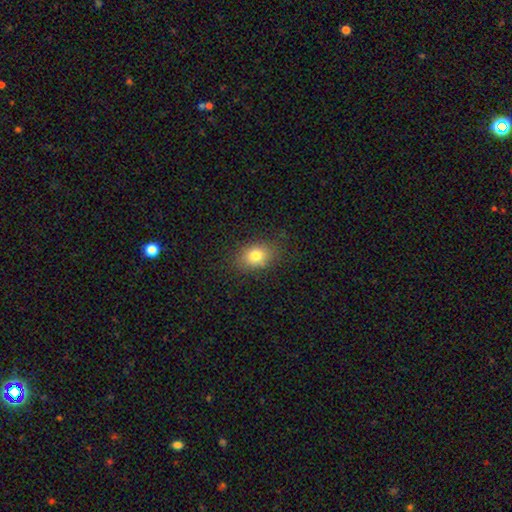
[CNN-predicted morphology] type=smooth (79%); roundness=in between (67%); merging=none (83%).